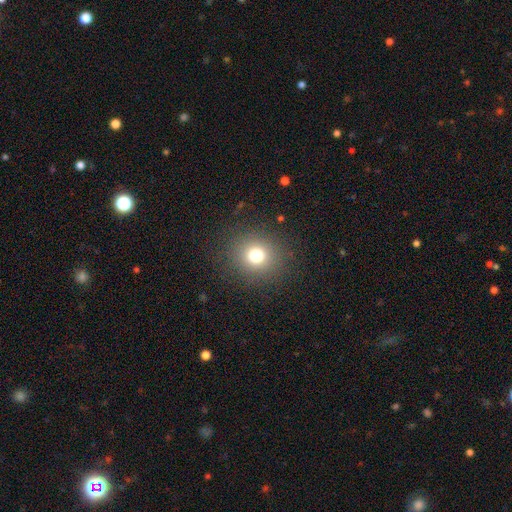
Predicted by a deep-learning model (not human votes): Q: Smooth or featured?
A: smooth (75%); runner-up: star or artifact (16%)
Q: How rounded?
A: round (87%); runner-up: in between (12%)
Q: Merging?
A: none (88%); runner-up: minor disturbance (7%)